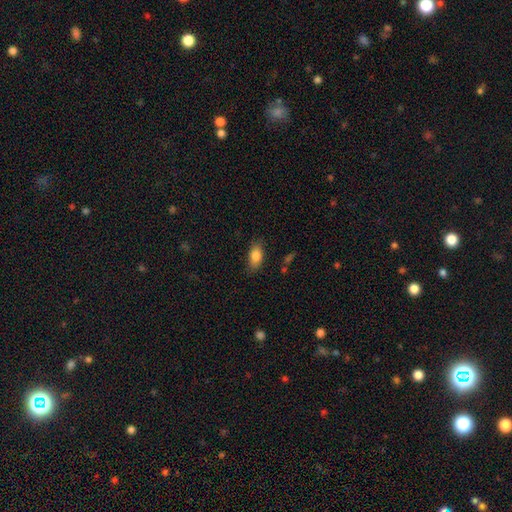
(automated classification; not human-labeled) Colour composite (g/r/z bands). It shows a smooth galaxy with no disk features (82%) that is in between round and cigar-shaped (88%). Merging: none (82%).